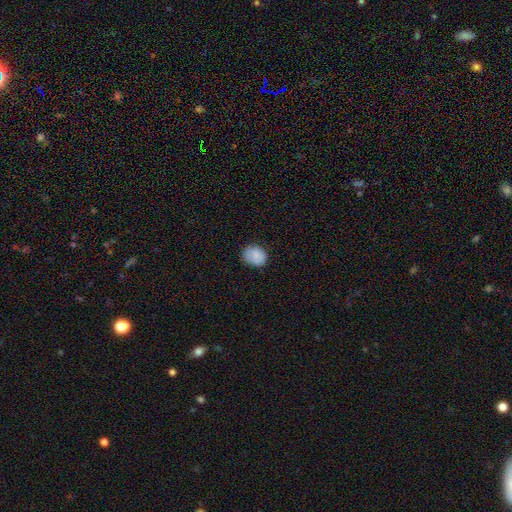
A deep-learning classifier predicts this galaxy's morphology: type=smooth (85%); roundness=round (57%); merging=none (72%).